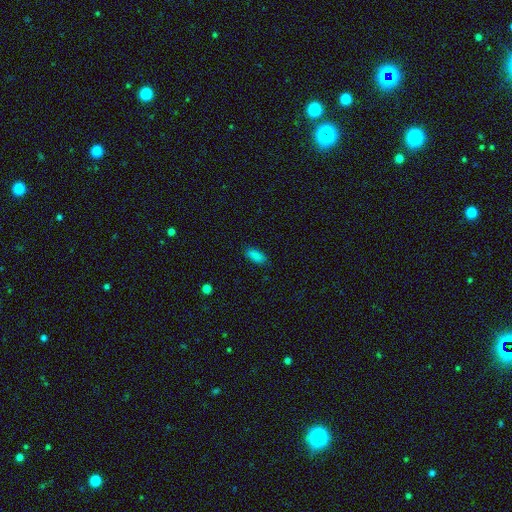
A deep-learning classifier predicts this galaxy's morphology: smooth 86%, star or artifact 10%, featured or disk 4%. Down the decision tree: how rounded — in between (84%); merging — none (85%).